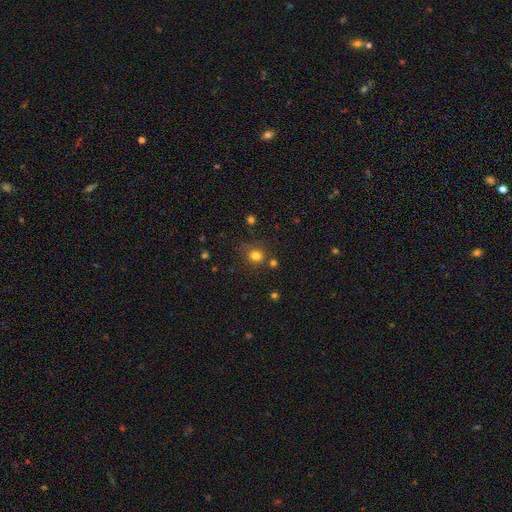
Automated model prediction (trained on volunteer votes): The model was most divided on "merging": none: 74%, minor disturbance: 13%, merger: 9%, major disturbance: 5%. More confident: how rounded — round (85%); smooth or featured — smooth (78%).